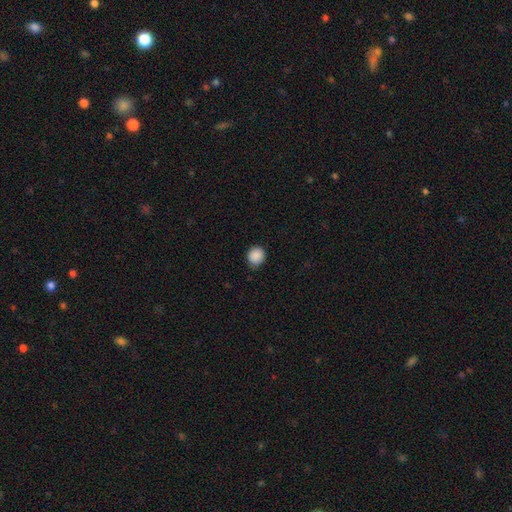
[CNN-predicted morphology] The model was most divided on "how rounded": round: 82%, in between: 17%, cigar-shaped: 1%. More confident: smooth or featured — smooth (89%); merging — none (83%).